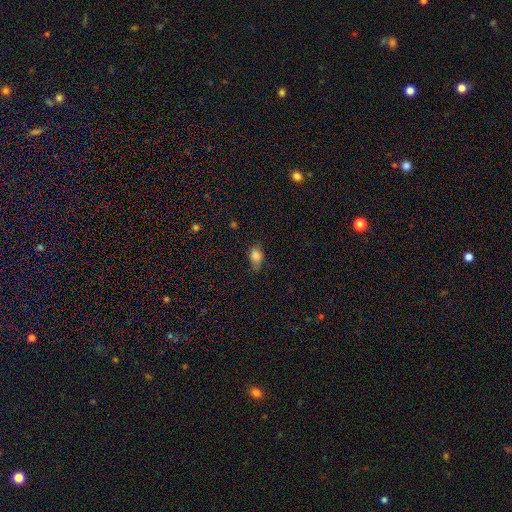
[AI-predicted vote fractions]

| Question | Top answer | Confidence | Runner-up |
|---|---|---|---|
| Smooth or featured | smooth | 82% | star or artifact (10%) |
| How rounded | in between | 76% | round (21%) |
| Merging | none | 61% | minor disturbance (30%) |